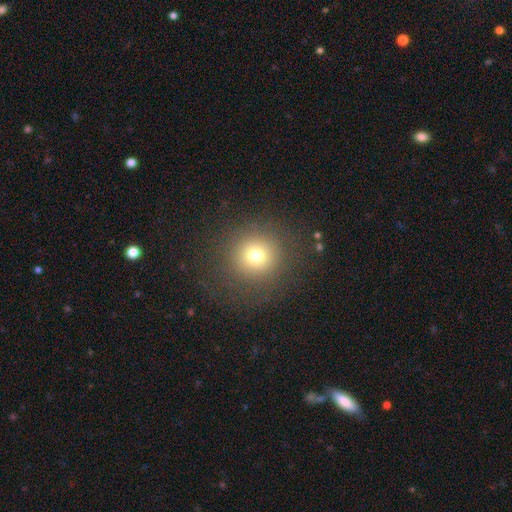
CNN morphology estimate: smooth_or_featured: smooth (p=0.73) [alt: star or artifact p=0.17]
how_rounded: round (p=0.95) [alt: in between p=0.05]
merging: none (p=0.87) [alt: minor disturbance p=0.07]